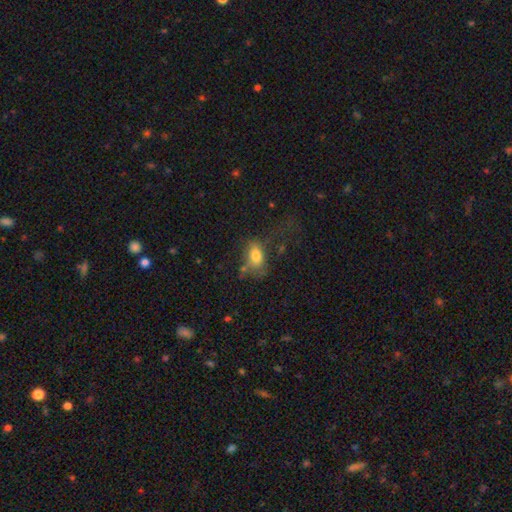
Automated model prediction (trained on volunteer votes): Q: Smooth or featured?
A: smooth (76%); runner-up: featured or disk (14%)
Q: How rounded?
A: in between (85%); runner-up: round (12%)
Q: Merging?
A: none (45%); runner-up: major disturbance (24%)